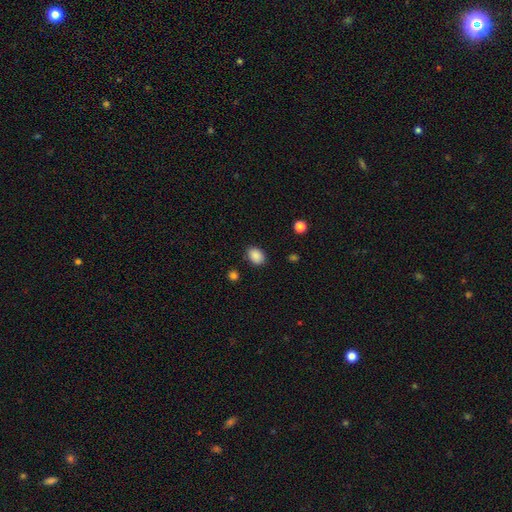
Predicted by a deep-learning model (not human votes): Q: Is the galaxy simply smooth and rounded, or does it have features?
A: smooth — 88%.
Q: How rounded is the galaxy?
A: in between — 70%.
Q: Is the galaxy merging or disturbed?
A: none — 85%.